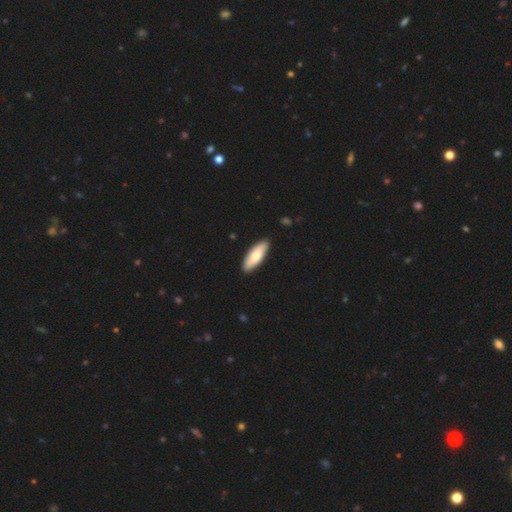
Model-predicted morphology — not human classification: Smooth or featured? smooth (78%)
How rounded? in between (67%)
Merging? none (89%)